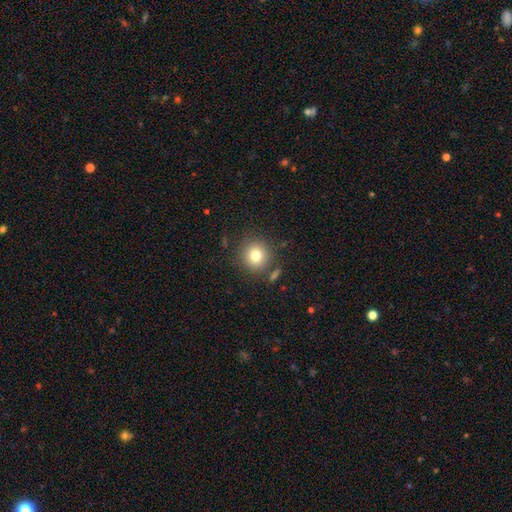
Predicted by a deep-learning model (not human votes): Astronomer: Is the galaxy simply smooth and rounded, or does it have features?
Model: smooth — 78%.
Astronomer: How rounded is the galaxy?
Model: round — 92%.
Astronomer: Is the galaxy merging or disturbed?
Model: none — 82%.